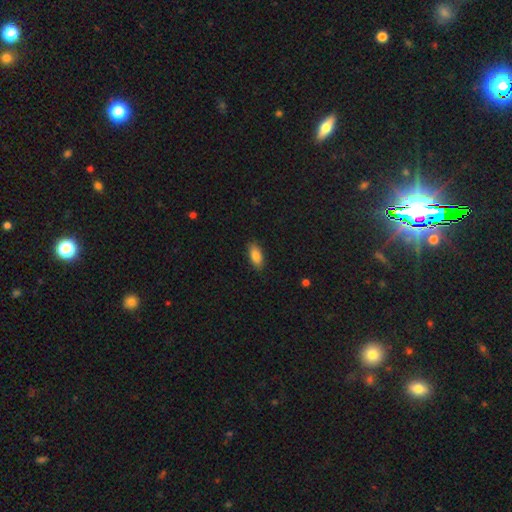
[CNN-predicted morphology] smooth_or_featured: smooth (p=0.86) [alt: featured or disk p=0.07]
how_rounded: in between (p=0.88) [alt: cigar-shaped p=0.10]
merging: none (p=0.87) [alt: minor disturbance p=0.10]